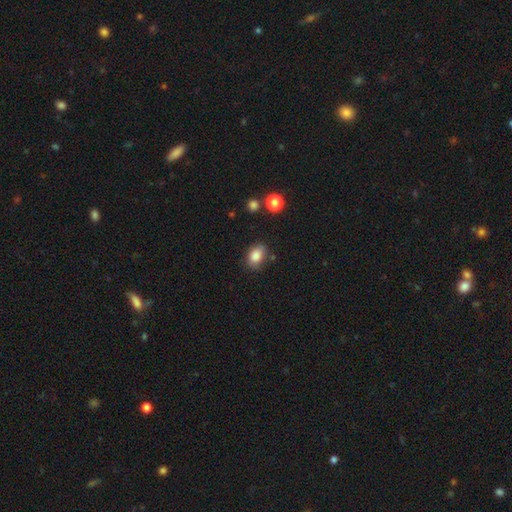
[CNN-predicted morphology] type=smooth (85%); roundness=in between (76%); merging=none (74%).